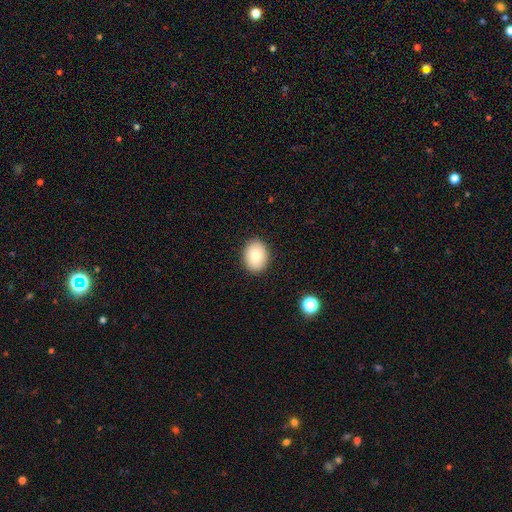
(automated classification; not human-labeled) Smooth or featured? smooth (83%)
How rounded? in between (58%)
Merging? none (89%)